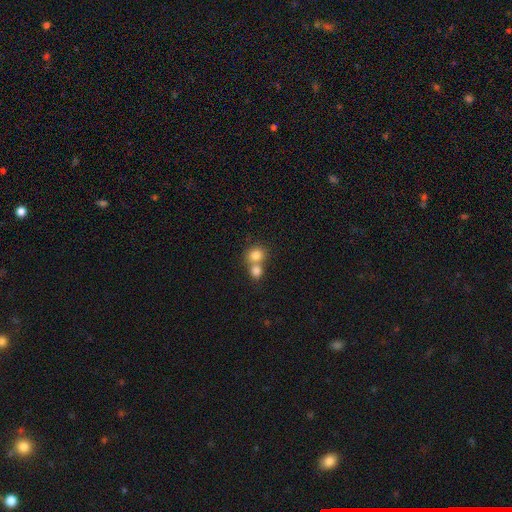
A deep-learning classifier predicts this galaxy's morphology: Overall: smooth (80%). How rounded: round (81%). Merging: merger (53%; none 39%).